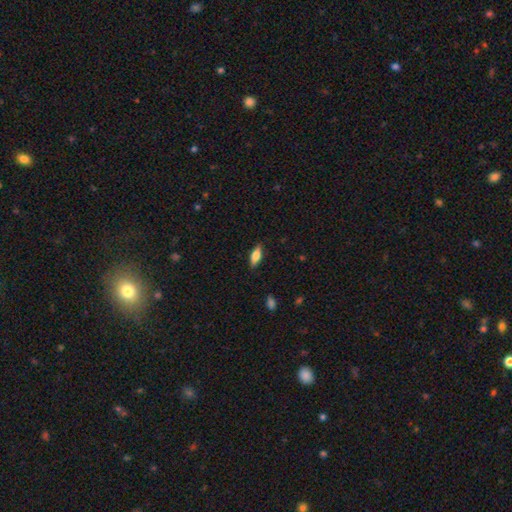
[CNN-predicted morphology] Overall: smooth (68%). How rounded: in between (70%). Merging: none (85%).